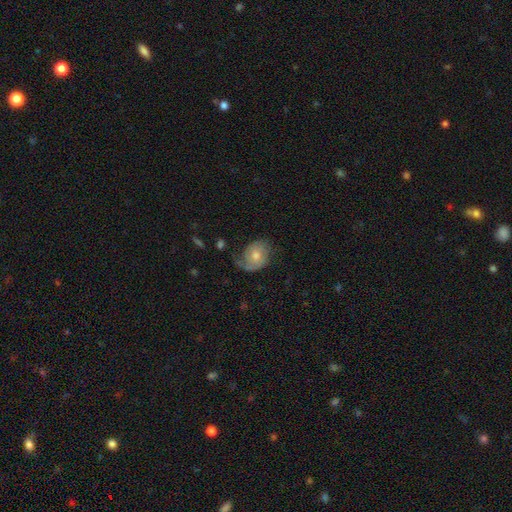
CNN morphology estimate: A featured or disk galaxy (64%) with no bar (76%), 1 (49%) tight (38%) spiral arms (87%) and a moderate central bulge (59%).

Vote fractions:
- Smooth or featured? featured or disk: 64% / smooth: 28% / star or artifact: 8%
- Edge-on disk? no: 96% / yes: 4%
- Bar? no: 76% / weak: 21% / strong: 3%
- Spiral arms? yes: 87% / no: 13%
- Spiral winding? tight: 38% / medium: 35% / loose: 27%
- Spiral arm count? 1: 49% / 2: 34% / can't tell: 12% / 3: 2% / 4: 1% / more than 4: 1%
- Bulge size? moderate: 59% / small: 34% / large: 4% / none: 2% / dominant: 1%
- Merging? none: 54% / minor disturbance: 24% / major disturbance: 20% / merger: 2%